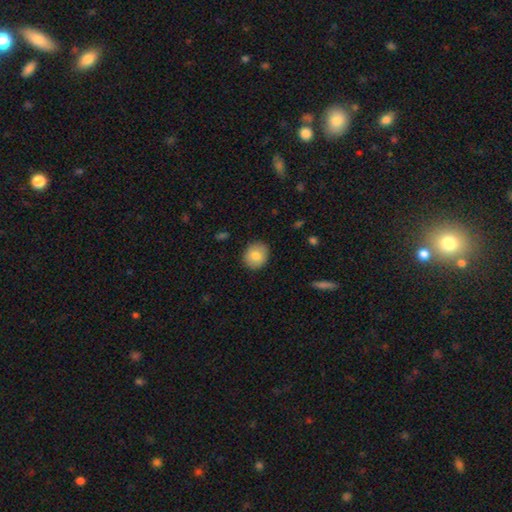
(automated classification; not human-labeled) Smooth or featured? Predicted: smooth (p=0.81). How rounded? Predicted: round (p=0.72). Merging? Predicted: none (p=0.89).